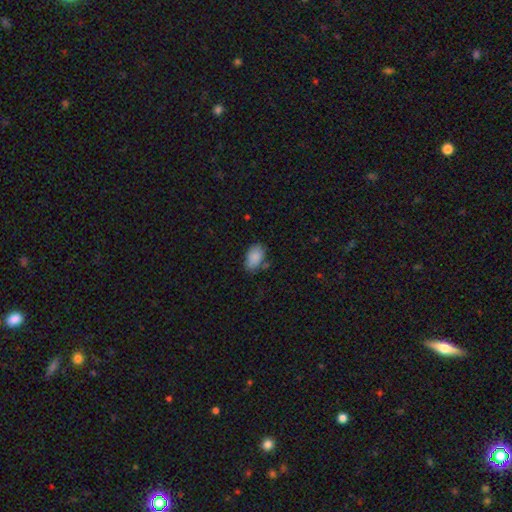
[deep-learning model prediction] This appears to be a smooth galaxy with no disk features (87%) that is in between round and cigar-shaped (91%). Merging: none (69%).